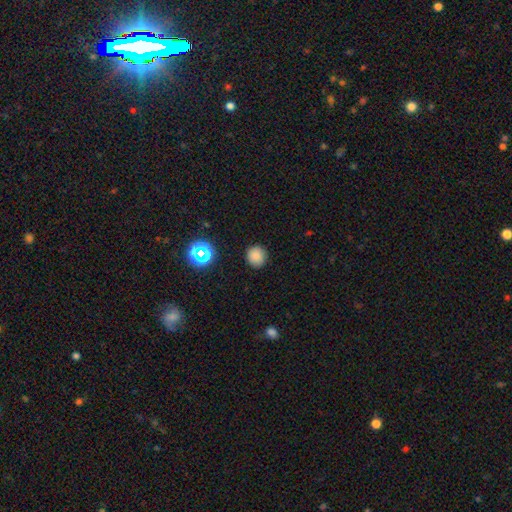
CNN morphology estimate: This is clearly a smooth galaxy (81%). How rounded: clearly round (92%). Merging: clearly none (89%).